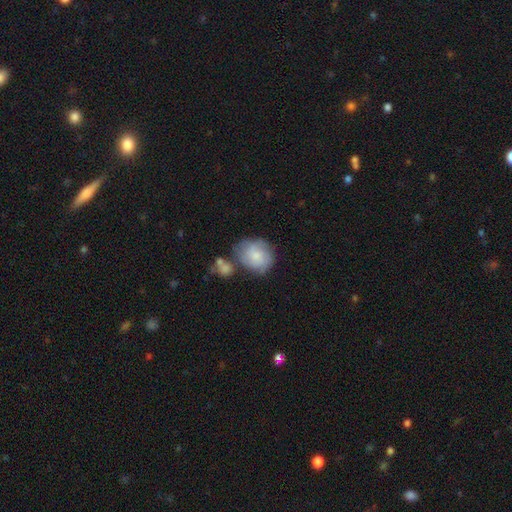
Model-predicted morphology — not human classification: A smooth galaxy with no disk features (61%) that is round (66%). Merging: none (49%).